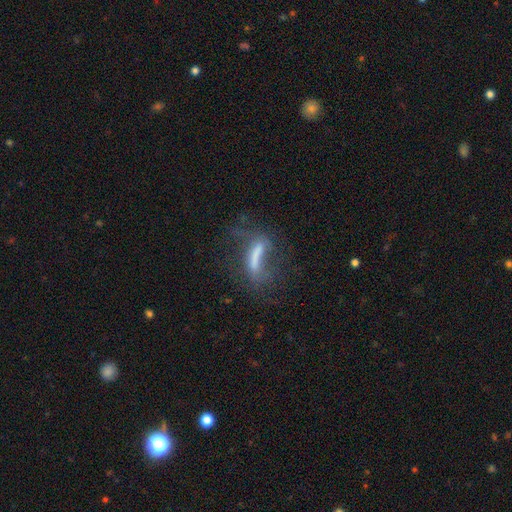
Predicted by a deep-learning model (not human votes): A featured or disk galaxy (51%).

Vote fractions:
- Smooth or featured? featured or disk: 51% / smooth: 35% / star or artifact: 13%
- Edge-on disk? no: 76% / yes: 24%
- Merging? none: 43% / major disturbance: 30% / minor disturbance: 22% / merger: 5%